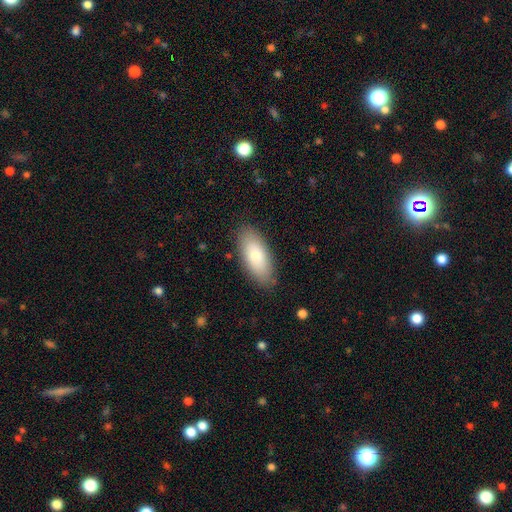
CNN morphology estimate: smooth 77%, featured or disk 17%, star or artifact 6%. Down the decision tree: how rounded — in between (88%); merging — none (84%).